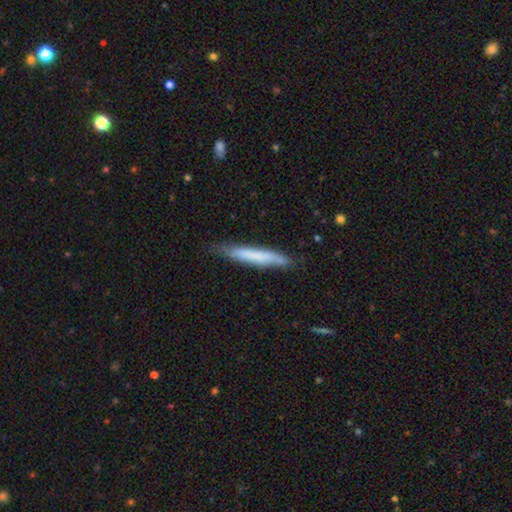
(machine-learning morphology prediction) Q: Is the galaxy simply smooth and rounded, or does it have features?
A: smooth — 66%.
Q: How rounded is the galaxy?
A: cigar-shaped — 94%.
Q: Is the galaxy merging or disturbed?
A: none — 74%.